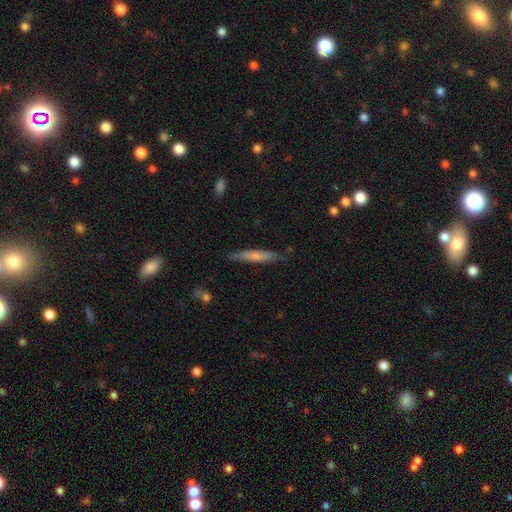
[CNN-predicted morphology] smooth-or-featured: smooth: 64% | featured or disk: 30% | star or artifact: 6%
  how-rounded: cigar-shaped: 93% | in between: 6% | round: 1%
  merging: none: 83% | minor disturbance: 13% | major disturbance: 2% | merger: 2%